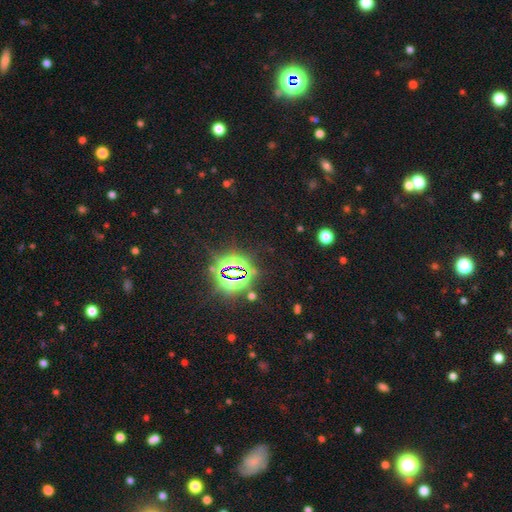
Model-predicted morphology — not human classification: type=star or artifact (83%).